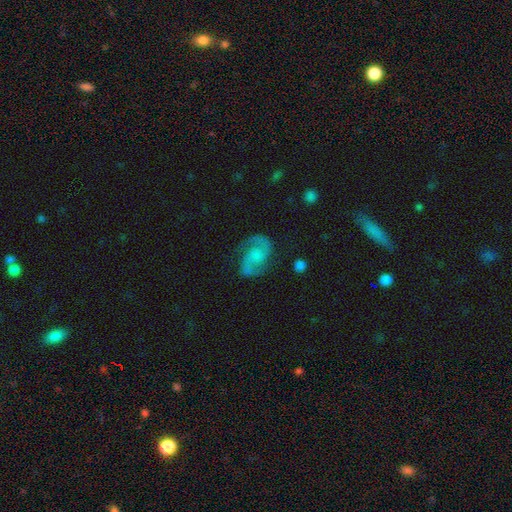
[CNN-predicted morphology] Q: Smooth or featured?
A: featured or disk (86%); runner-up: smooth (8%)
Q: Edge-on disk?
A: no (98%); runner-up: yes (2%)
Q: Bar?
A: no (57%); runner-up: weak (36%)
Q: Spiral arms?
A: yes (97%); runner-up: no (3%)
Q: Spiral winding?
A: medium (57%); runner-up: loose (25%)
Q: Spiral arm count?
A: 2 (93%); runner-up: can't tell (2%)
Q: Bulge size?
A: none (41%); runner-up: small (26%)
Q: Merging?
A: none (77%); runner-up: minor disturbance (15%)